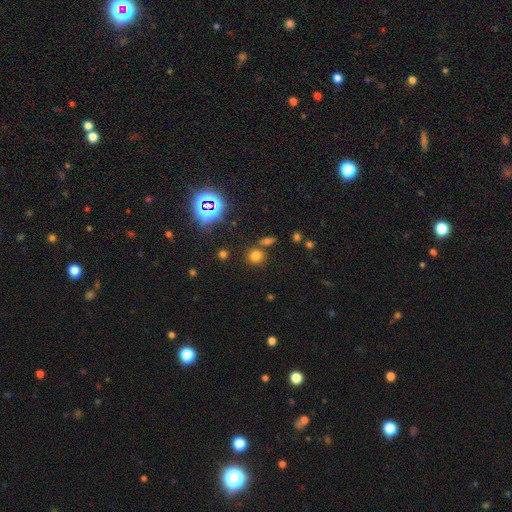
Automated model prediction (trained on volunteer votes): smooth_or_featured: smooth (p=0.67) [alt: star or artifact p=0.26]
how_rounded: round (p=0.87) [alt: in between p=0.12]
merging: none (p=0.75) [alt: merger p=0.14]